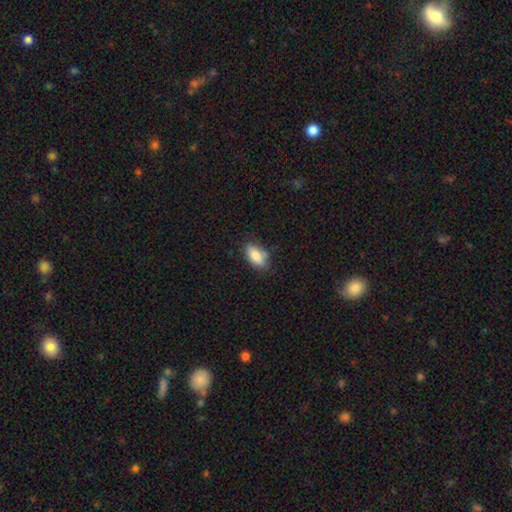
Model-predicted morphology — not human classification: A smooth galaxy with no disk features (83%) that is in between round and cigar-shaped (90%).

Vote fractions:
- Smooth or featured? smooth: 83% / featured or disk: 9% / star or artifact: 7%
- How rounded? in between: 90% / cigar-shaped: 5% / round: 4%
- Merging? none: 74% / minor disturbance: 19% / major disturbance: 4% / merger: 3%